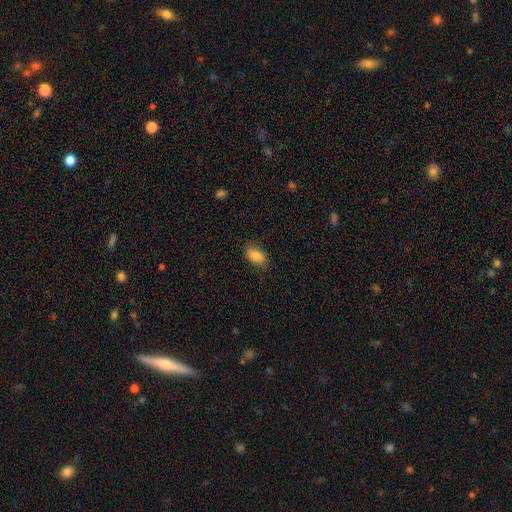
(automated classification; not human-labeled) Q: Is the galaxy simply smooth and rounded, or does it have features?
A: smooth — 83%.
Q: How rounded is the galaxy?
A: in between — 90%.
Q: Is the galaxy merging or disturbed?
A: none — 82%.